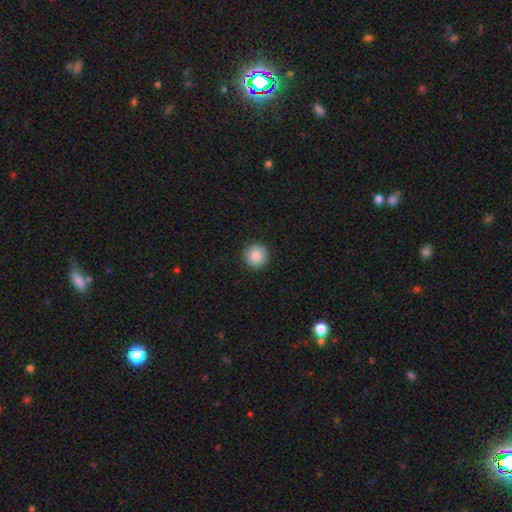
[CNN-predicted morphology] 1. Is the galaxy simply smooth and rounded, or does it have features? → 82% smooth, 9% featured or disk, 9% star or artifact.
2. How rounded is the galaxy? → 96% round, 3% in between, 1% cigar-shaped.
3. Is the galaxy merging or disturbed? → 93% none, 5% minor disturbance, 1% major disturbance, 1% merger.